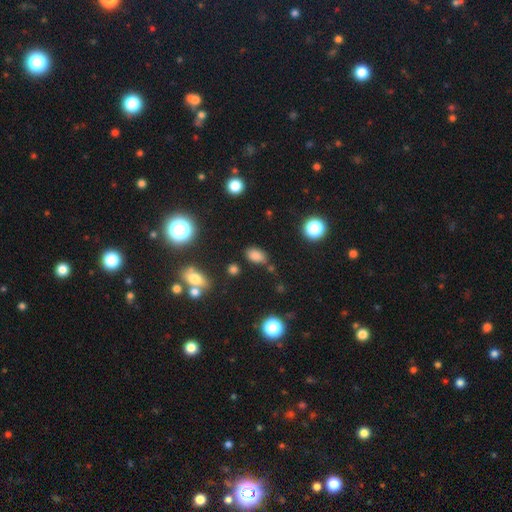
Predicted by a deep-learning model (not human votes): Smooth or featured?
  - smooth: 79% *
  - star or artifact: 15%
  - featured or disk: 6%
How rounded?
  - in between: 87% *
  - round: 11%
  - cigar-shaped: 2%
Merging?
  - none: 74% *
  - minor disturbance: 16%
  - merger: 6%
  - major disturbance: 4%